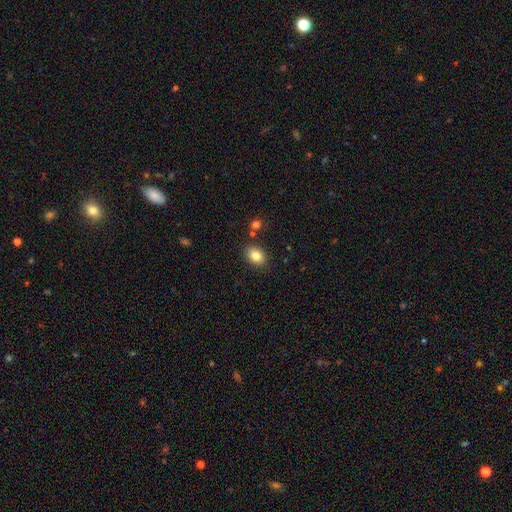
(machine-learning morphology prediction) type=smooth (83%); roundness=in between (73%); merging=none (85%).